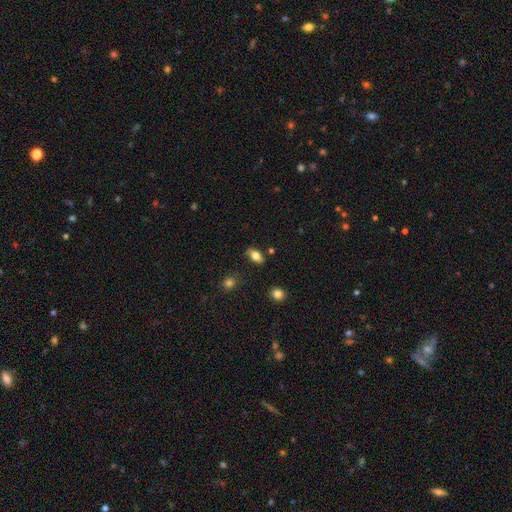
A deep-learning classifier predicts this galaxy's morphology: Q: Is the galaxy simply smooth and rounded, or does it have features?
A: smooth — 71%.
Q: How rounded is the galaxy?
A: in between — 84%.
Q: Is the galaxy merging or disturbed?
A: none — 80%.